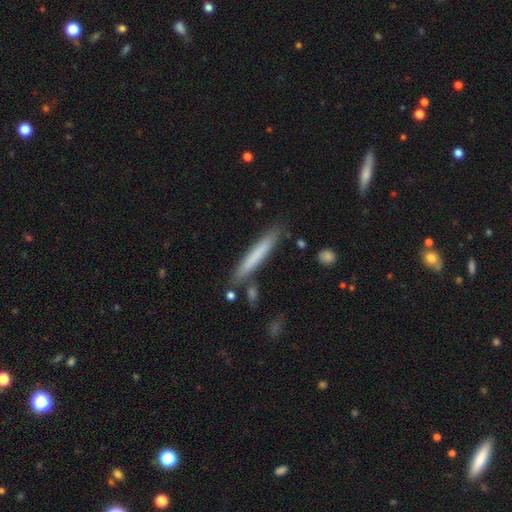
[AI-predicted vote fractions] This appears to be a smooth galaxy with no disk features (70%) that is cigar-shaped (96%). Merging: none (83%).